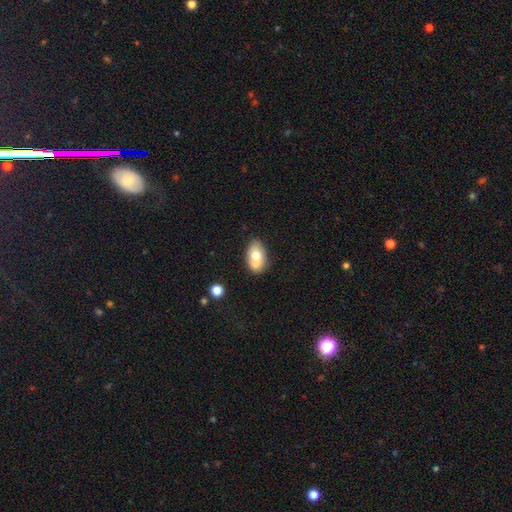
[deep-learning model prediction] Q: Smooth or featured?
A: smooth (66%); runner-up: featured or disk (27%)
Q: How rounded?
A: in between (85%); runner-up: round (13%)
Q: Merging?
A: none (48%); runner-up: merger (34%)